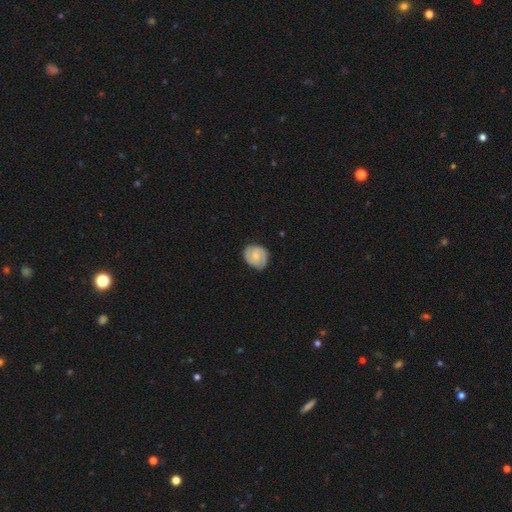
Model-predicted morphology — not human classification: A featured or disk galaxy (57%) with no bar (60%), spiral arms (90%) and a small central bulge (49%). Merging: none (73%).